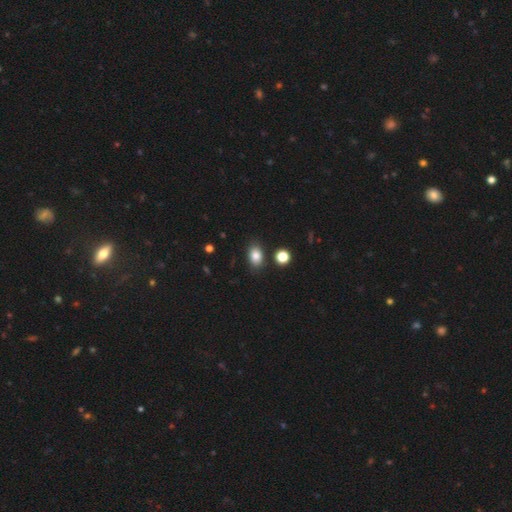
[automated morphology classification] smooth-or-featured: smooth: 83% | star or artifact: 10% | featured or disk: 7%
  how-rounded: in between: 81% | round: 17% | cigar-shaped: 1%
  merging: none: 83% | minor disturbance: 10% | merger: 4% | major disturbance: 3%